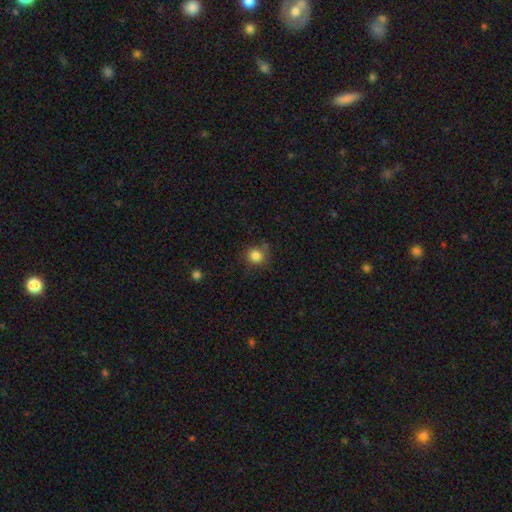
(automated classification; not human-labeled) This is clearly a smooth galaxy (83%). How rounded: clearly round (86%). Merging: likely none (75%).